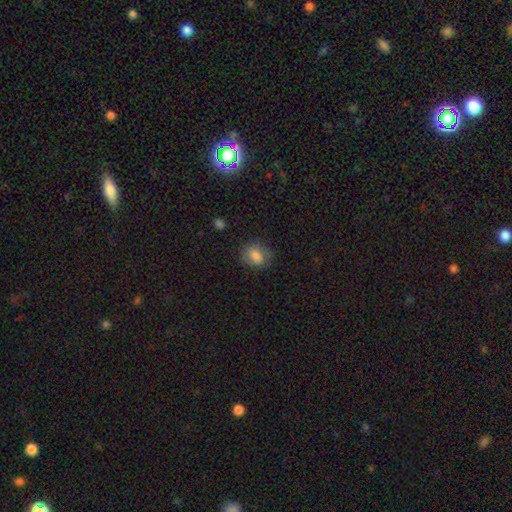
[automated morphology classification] A smooth galaxy with no disk features (79%) that is in between round and cigar-shaped (54%). Merging: none (72%).